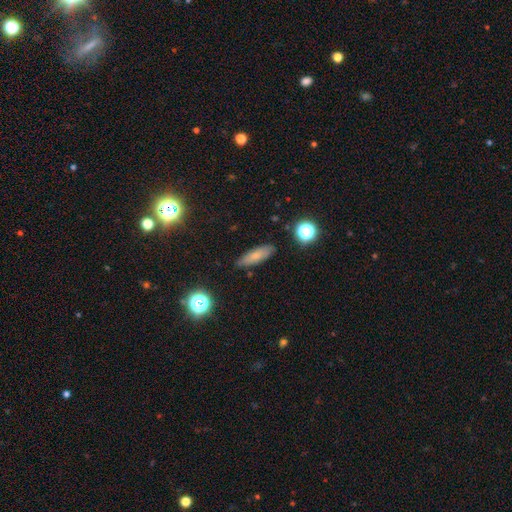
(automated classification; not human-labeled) smooth 73%, featured or disk 16%, star or artifact 11%. Down the decision tree: how rounded — in between (49%); merging — none (84%).